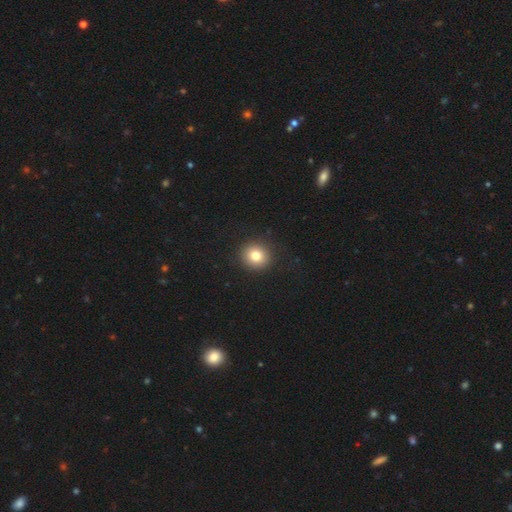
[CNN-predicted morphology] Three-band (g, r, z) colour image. It shows a smooth galaxy with no disk features (80%) that is round (88%). Merging: none (91%).